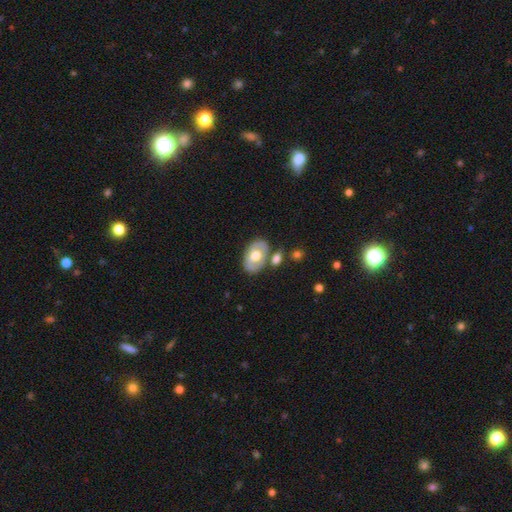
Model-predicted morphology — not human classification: smooth_or_featured: smooth (p=0.49) [alt: featured or disk p=0.45]
merging: none (p=0.68) [alt: minor disturbance p=0.14]